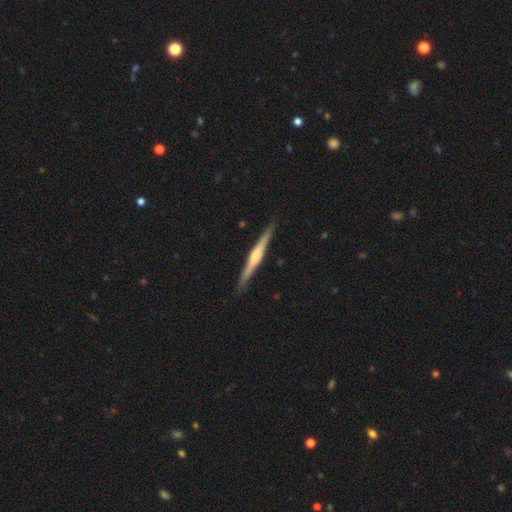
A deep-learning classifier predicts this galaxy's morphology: Smooth or featured: featured or disk — 71% (smooth — 24%)
Edge-on disk: yes — 98% (no — 2%)
Edge-on bulge: rounded — 73% (boxy — 16%)
Merging: none — 90% (minor disturbance — 8%)